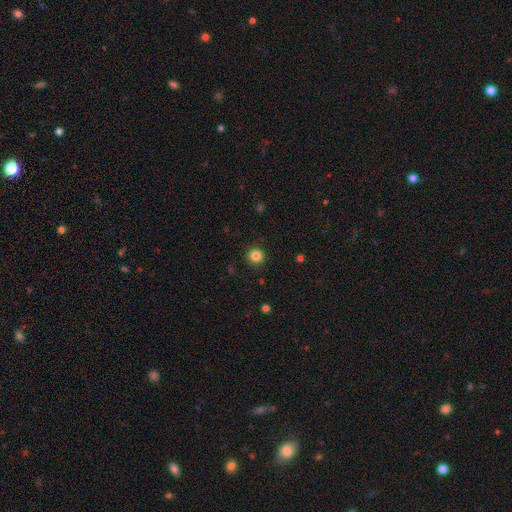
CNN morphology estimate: smooth_or_featured: smooth (p=0.84) [alt: star or artifact p=0.12]
how_rounded: round (p=0.94) [alt: in between p=0.05]
merging: none (p=0.91) [alt: minor disturbance p=0.06]